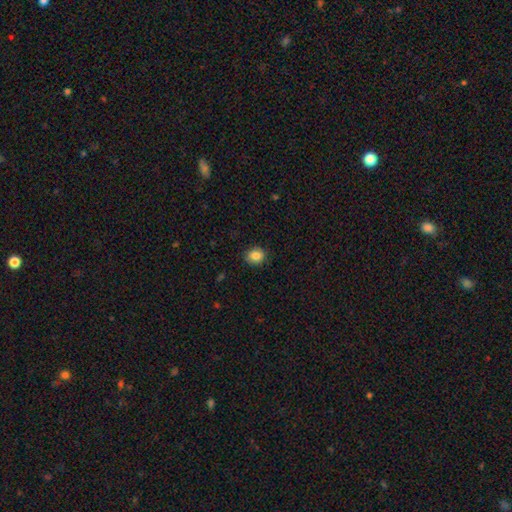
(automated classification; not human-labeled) This appears to be a smooth galaxy with no disk features (84%) that is round (73%). Merging: none (89%).